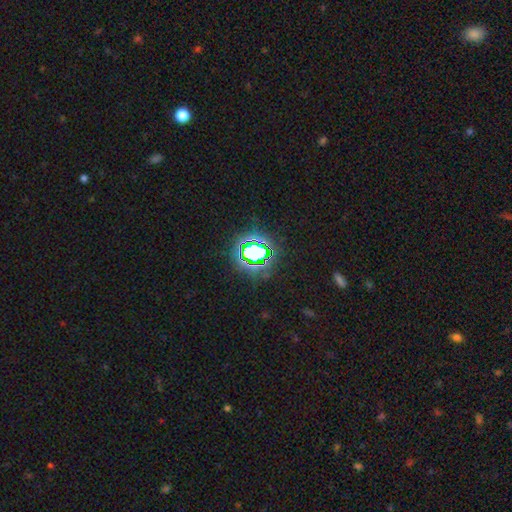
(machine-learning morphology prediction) Q: Smooth or featured?
A: star or artifact (71%); runner-up: smooth (18%)